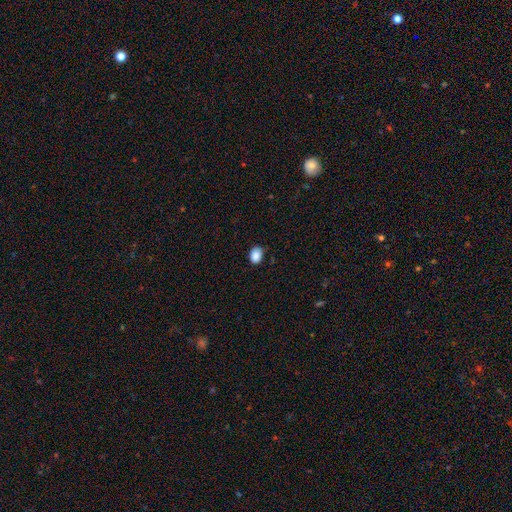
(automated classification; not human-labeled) smooth_or_featured: smooth (p=0.88) [alt: star or artifact p=0.09]
how_rounded: in between (p=0.64) [alt: round p=0.35]
merging: none (p=0.80) [alt: minor disturbance p=0.16]